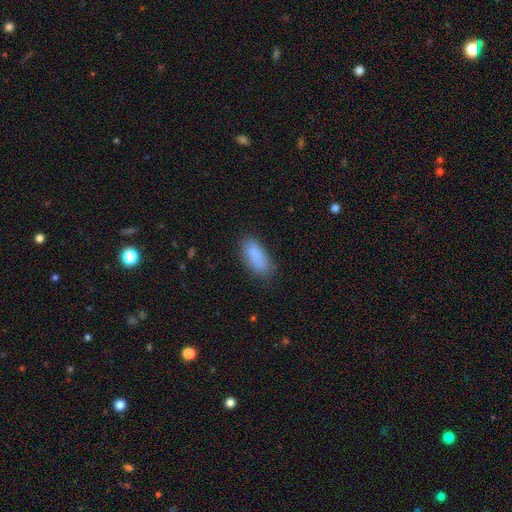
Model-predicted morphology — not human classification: type=smooth (85%); roundness=in between (85%); merging=none (75%).